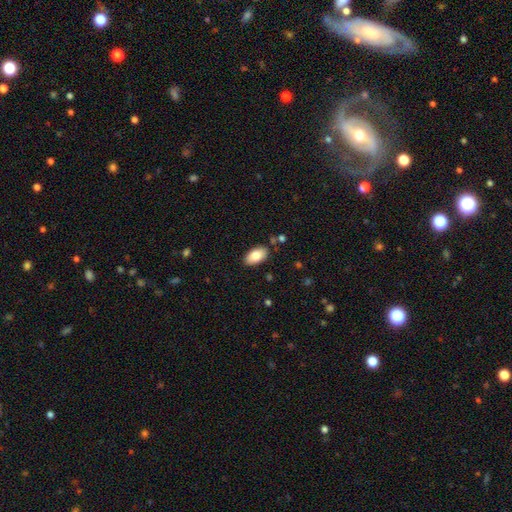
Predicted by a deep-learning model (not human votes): This appears to be a smooth galaxy with no disk features (82%) that is in between round and cigar-shaped (95%). Merging: none (85%).